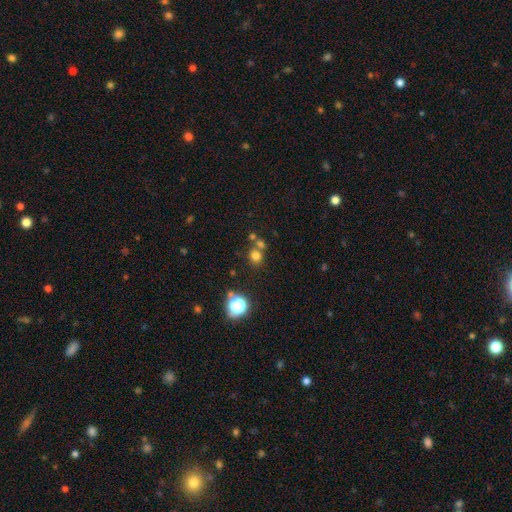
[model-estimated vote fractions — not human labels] This is likely a smooth galaxy (72%). How rounded: likely round (78%). Merging: likely none (63%).